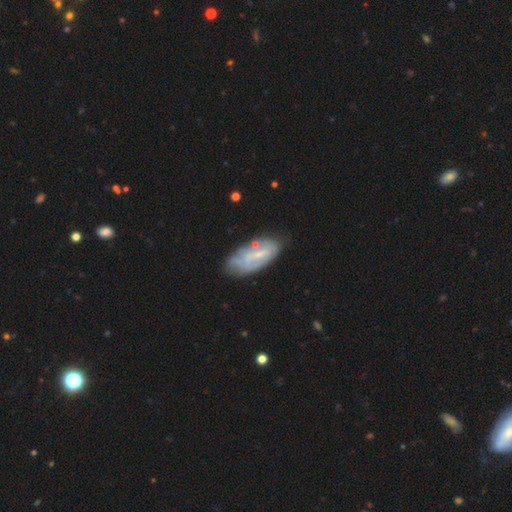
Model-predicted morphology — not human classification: This appears to be a featured or disk galaxy (53%). Merging: none (61%).